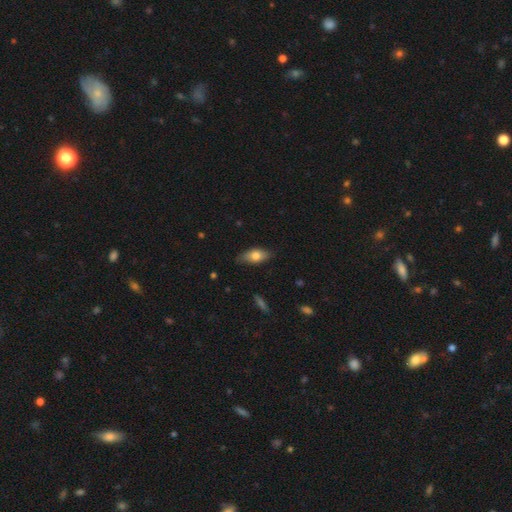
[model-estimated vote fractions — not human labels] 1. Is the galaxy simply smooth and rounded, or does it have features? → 73% smooth, 20% featured or disk, 7% star or artifact.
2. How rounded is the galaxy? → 85% in between, 11% cigar-shaped, 4% round.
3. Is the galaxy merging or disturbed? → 78% none, 18% minor disturbance, 3% major disturbance, 1% merger.